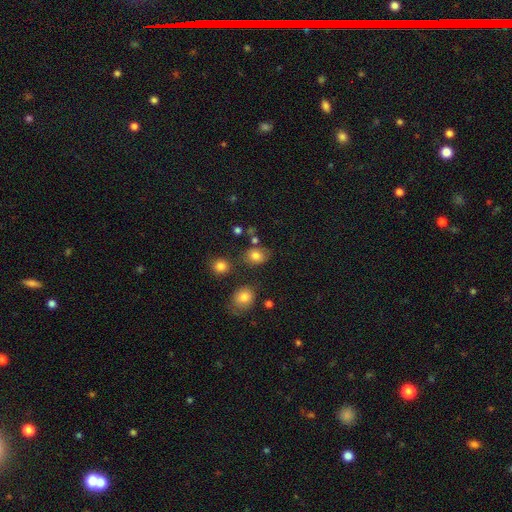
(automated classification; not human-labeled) Morphology: type=smooth (80%); roundness=in between (55%); merging=none (69%).